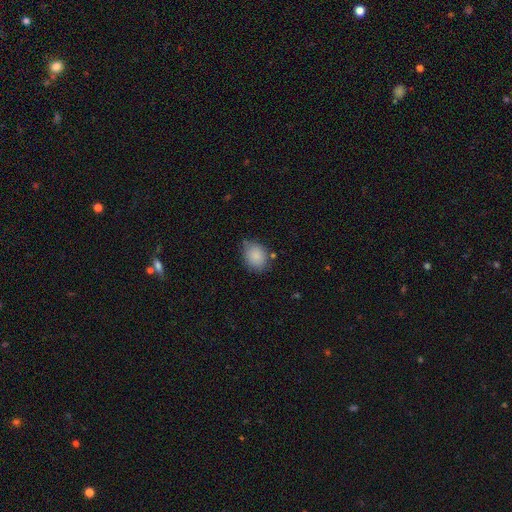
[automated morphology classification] This appears to be a smooth galaxy with no disk features (86%) that is in between round and cigar-shaped (54%). Merging: none (68%).